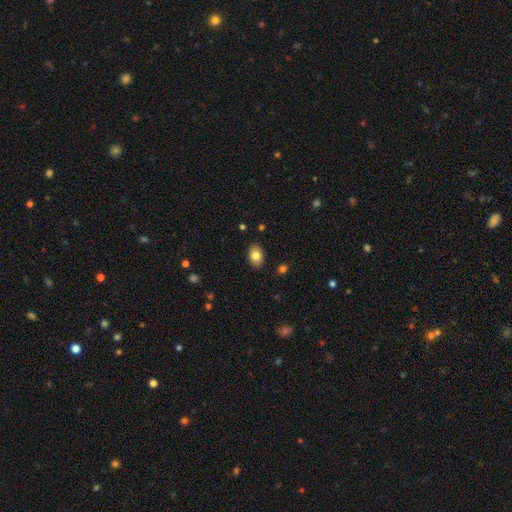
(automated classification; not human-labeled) Q: Smooth or featured?
A: smooth (81%); runner-up: featured or disk (10%)
Q: How rounded?
A: in between (80%); runner-up: round (19%)
Q: Merging?
A: none (88%); runner-up: minor disturbance (9%)